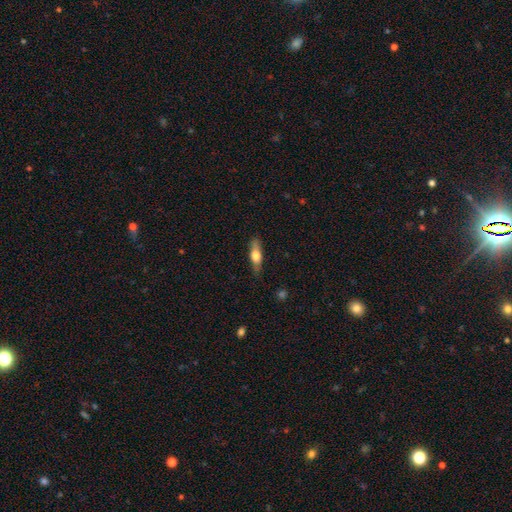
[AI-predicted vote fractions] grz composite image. It shows a smooth galaxy with no disk features (57%) that is cigar-shaped (59%). Merging: none (79%).